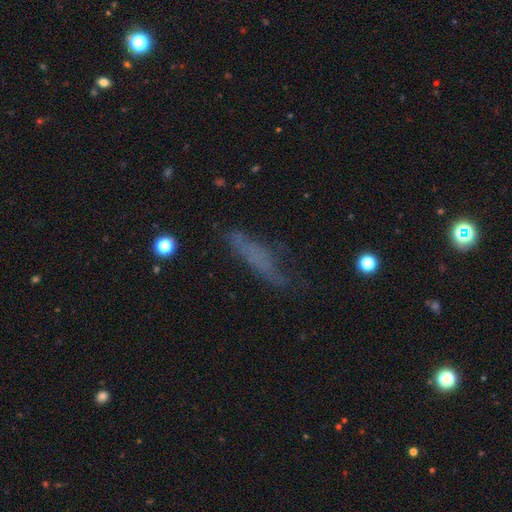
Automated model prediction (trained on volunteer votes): This appears to be a smooth galaxy with no disk features (52%) that is cigar-shaped (79%). Merging: none (62%).